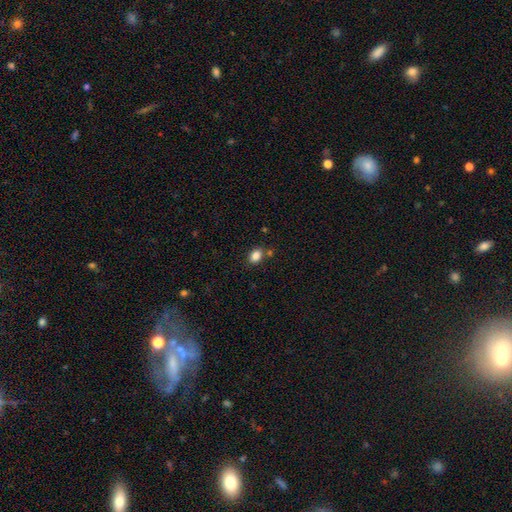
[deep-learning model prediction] A smooth galaxy with no disk features (85%) that is in between round and cigar-shaped (74%). Merging: none (76%).